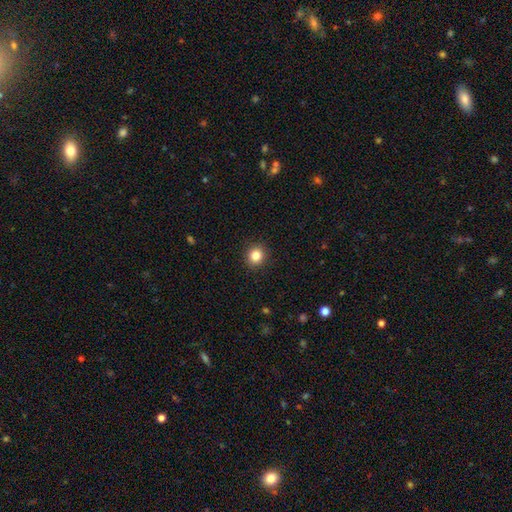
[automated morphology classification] Smooth or featured: smooth — 84% (star or artifact — 11%)
How rounded: round — 86% (in between — 13%)
Merging: none — 92% (minor disturbance — 6%)